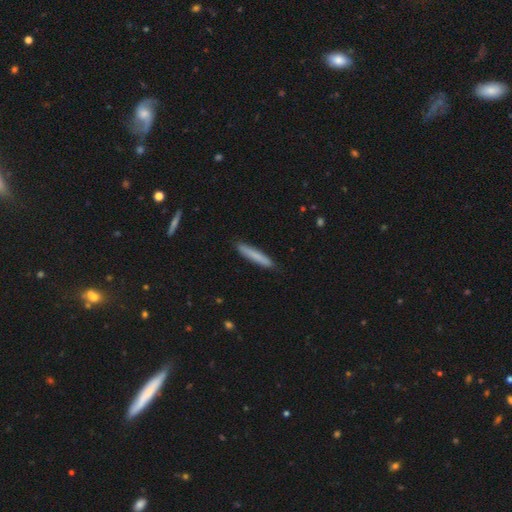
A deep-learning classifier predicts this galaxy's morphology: Overall: smooth (79%). How rounded: cigar-shaped (94%). Merging: none (90%).